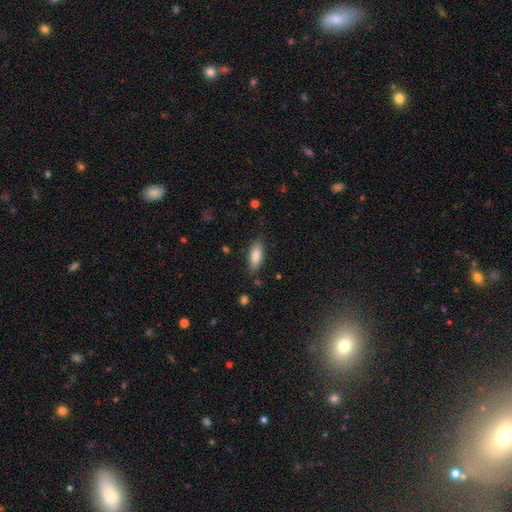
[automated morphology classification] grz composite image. It shows a smooth galaxy with no disk features (82%) that is in between round and cigar-shaped (70%). Merging: none (80%).